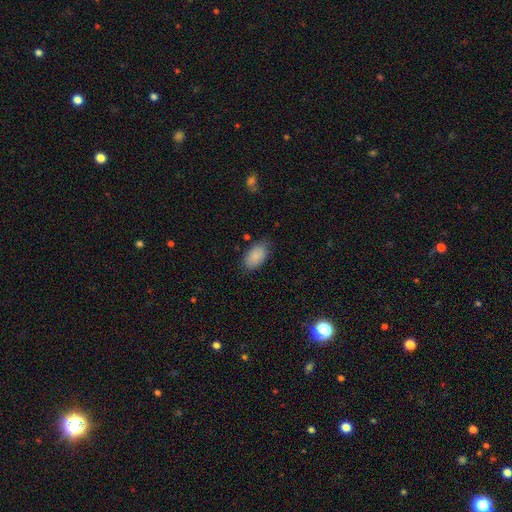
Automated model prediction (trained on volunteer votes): This is clearly a smooth galaxy (88%). How rounded: clearly in between (94%). Merging: clearly none (82%).